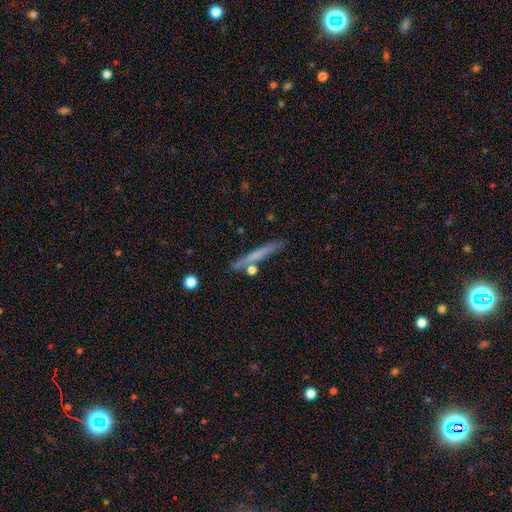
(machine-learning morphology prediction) The model was most divided on "smooth or featured": smooth: 56%, featured or disk: 37%, star or artifact: 7%. More confident: how rounded — cigar-shaped (95%); merging — none (82%).